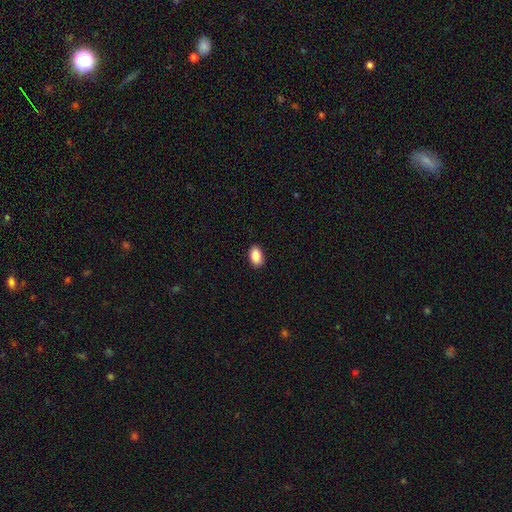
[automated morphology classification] Q: Smooth or featured?
A: smooth (88%); runner-up: star or artifact (8%)
Q: How rounded?
A: in between (88%); runner-up: round (11%)
Q: Merging?
A: none (89%); runner-up: minor disturbance (8%)